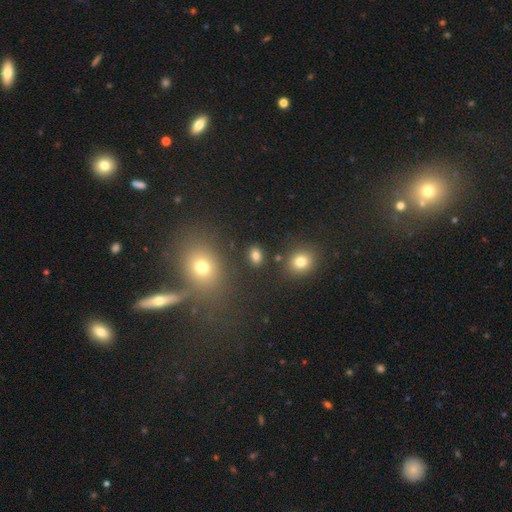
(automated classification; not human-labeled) This is likely a smooth galaxy (79%). How rounded: likely in between (72%). Merging: clearly none (84%).